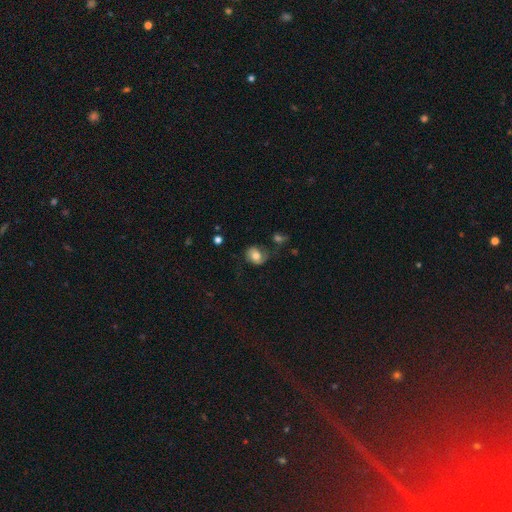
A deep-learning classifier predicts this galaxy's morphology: This is possibly a smooth galaxy (59%). How rounded: possibly round (55%). Merging: possibly none (53%).